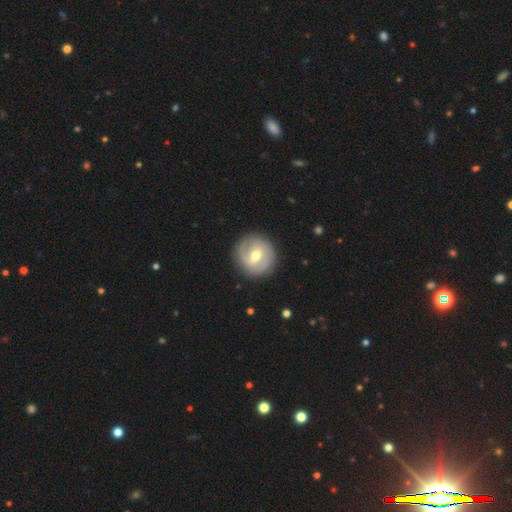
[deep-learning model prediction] smooth_or_featured: featured or disk (p=0.61) [alt: smooth p=0.33]
disk_edge_on: no (p=0.97) [alt: yes p=0.03]
bar: weak (p=0.53) [alt: no p=0.27]
has_spiral_arms: yes (p=0.69) [alt: no p=0.31]
bulge_size: moderate (p=0.74) [alt: small p=0.19]
merging: none (p=0.86) [alt: minor disturbance p=0.10]